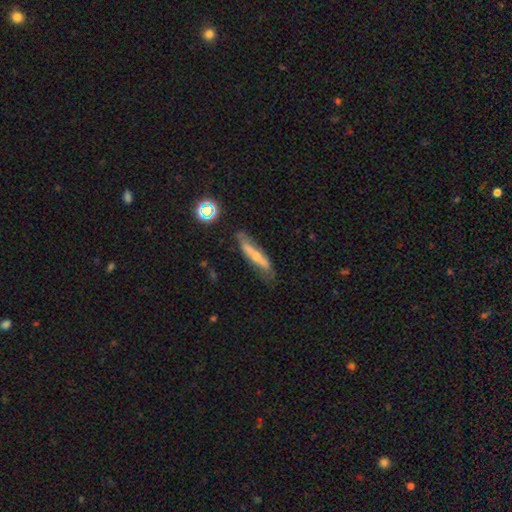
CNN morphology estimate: smooth-or-featured: featured or disk: 55% | smooth: 36% | star or artifact: 9%
  disk-edge-on: yes: 66% | no: 34%
  merging: none: 70% | minor disturbance: 20% | major disturbance: 7% | merger: 3%